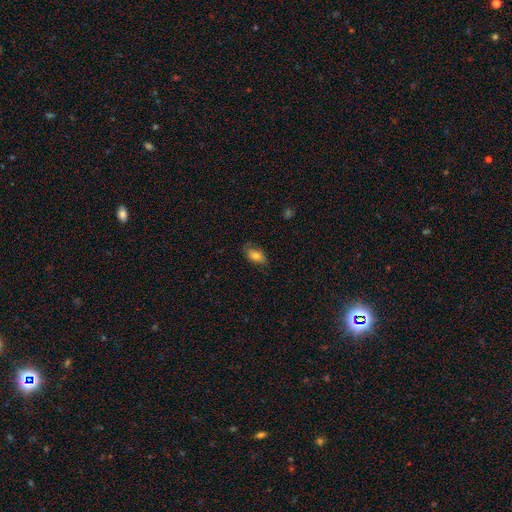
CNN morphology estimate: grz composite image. It shows a smooth galaxy with no disk features (76%) that is in between round and cigar-shaped (90%). Merging: none (73%).